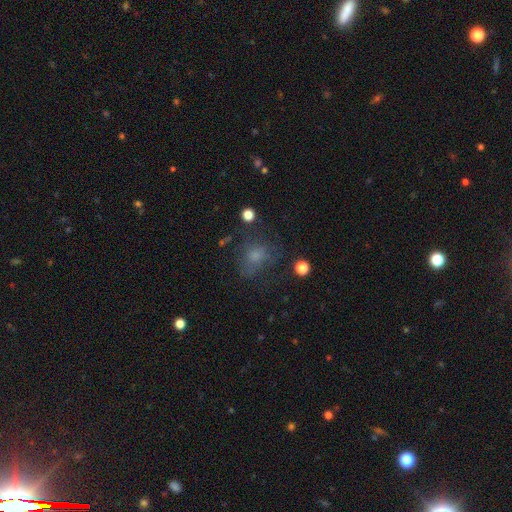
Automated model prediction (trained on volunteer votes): Morphology: type=smooth (61%); roundness=round (52%); merging=none (53%).